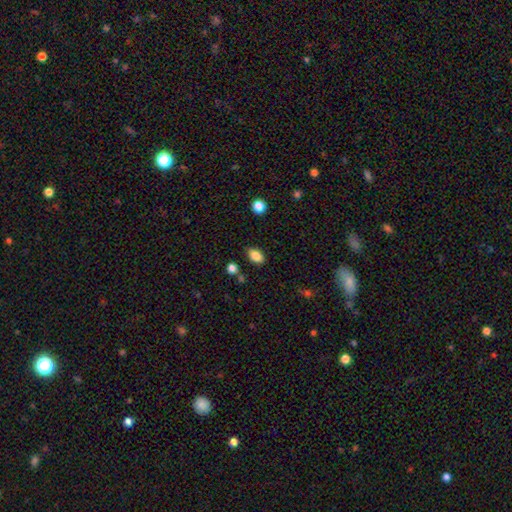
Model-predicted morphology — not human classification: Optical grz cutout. It shows a smooth galaxy with no disk features (86%) that is in between round and cigar-shaped (88%). Merging: none (84%).